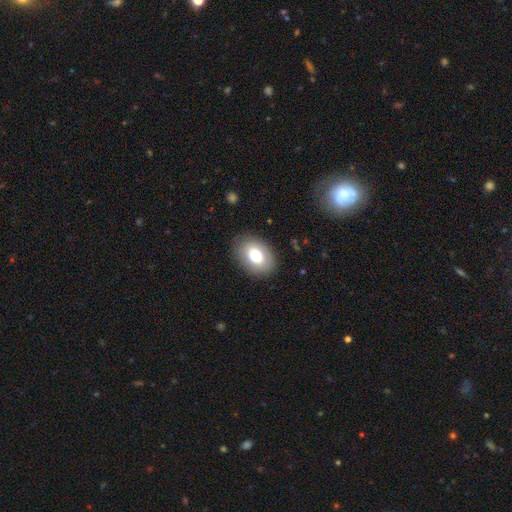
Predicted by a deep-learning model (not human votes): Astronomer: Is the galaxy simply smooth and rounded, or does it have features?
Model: smooth — 74%.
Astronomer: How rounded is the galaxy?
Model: in between — 81%.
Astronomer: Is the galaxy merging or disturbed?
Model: none — 85%.